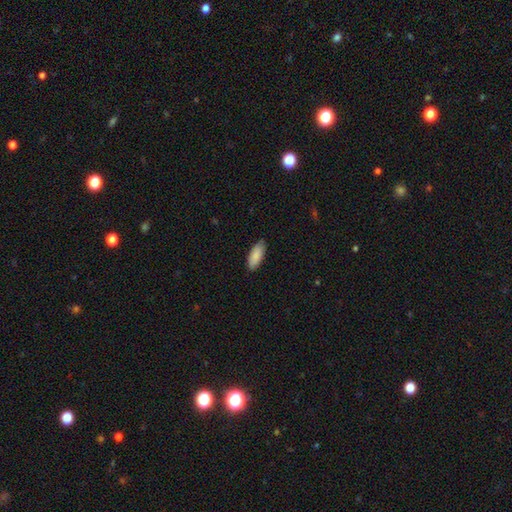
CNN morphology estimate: Q: Smooth or featured?
A: smooth (89%); runner-up: featured or disk (6%)
Q: How rounded?
A: in between (78%); runner-up: cigar-shaped (20%)
Q: Merging?
A: none (86%); runner-up: minor disturbance (11%)